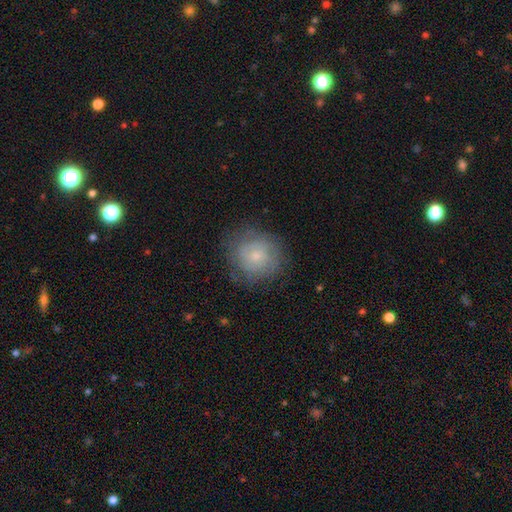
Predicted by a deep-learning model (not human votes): smooth 61%, featured or disk 30%, star or artifact 9%. Down the decision tree: how rounded — round (85%); merging — none (75%).